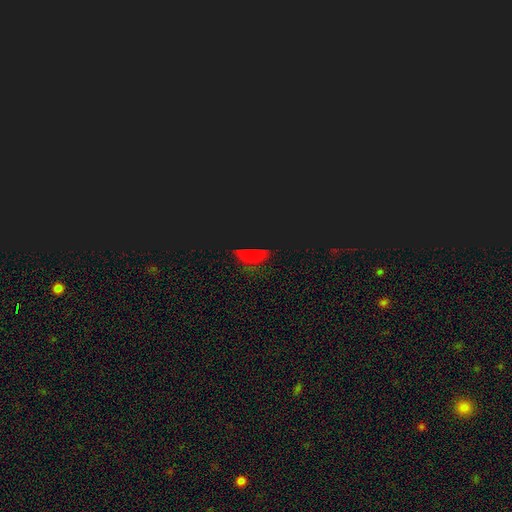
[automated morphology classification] Smooth or featured?
  - star or artifact: 61% *
  - smooth: 31%
  - featured or disk: 7%